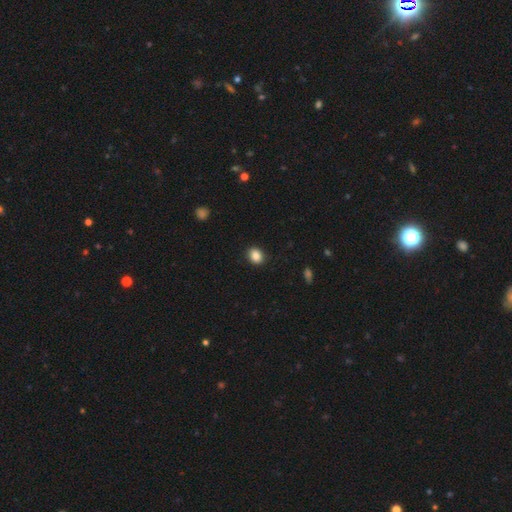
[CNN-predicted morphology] The model was most divided on "how rounded": round: 58%, in between: 41%, cigar-shaped: 1%. More confident: merging — none (90%); smooth or featured — smooth (86%).